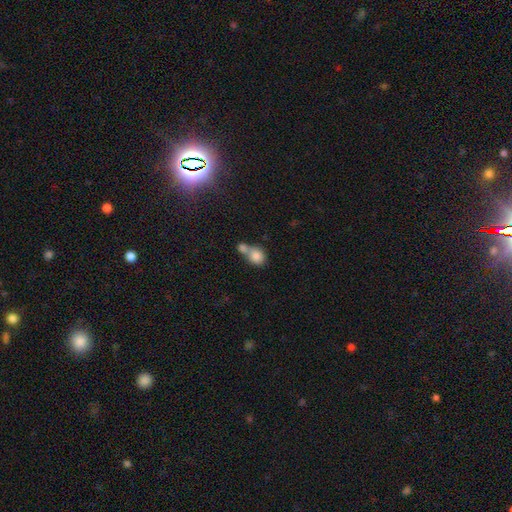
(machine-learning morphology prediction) Smooth or featured? smooth (81%)
How rounded? round (56%)
Merging? merger (65%)